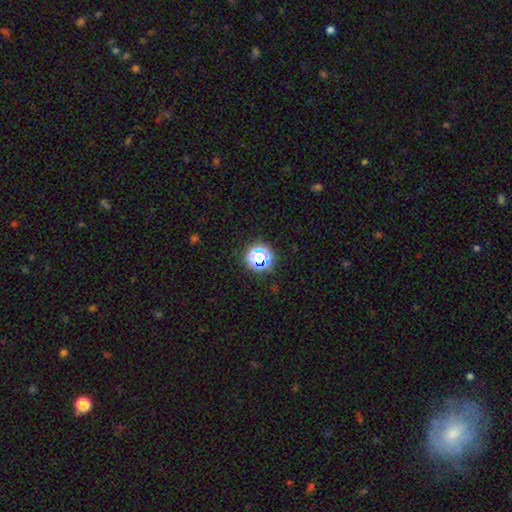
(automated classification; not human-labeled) Smooth or featured: star or artifact — 64% (smooth — 26%)